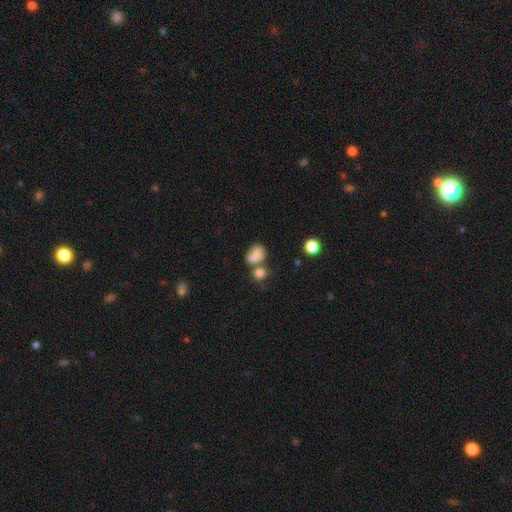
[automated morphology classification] Smooth or featured: smooth — 79% (featured or disk — 11%)
How rounded: in between — 61% (round — 37%)
Merging: none — 39% (merger — 36%)